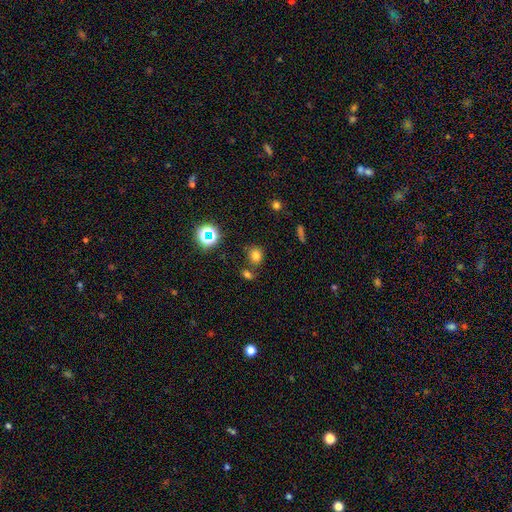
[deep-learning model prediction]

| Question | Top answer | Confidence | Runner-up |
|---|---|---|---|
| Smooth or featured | smooth | 73% | star or artifact (20%) |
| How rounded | round | 66% | in between (33%) |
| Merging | none | 70% | merger (15%) |